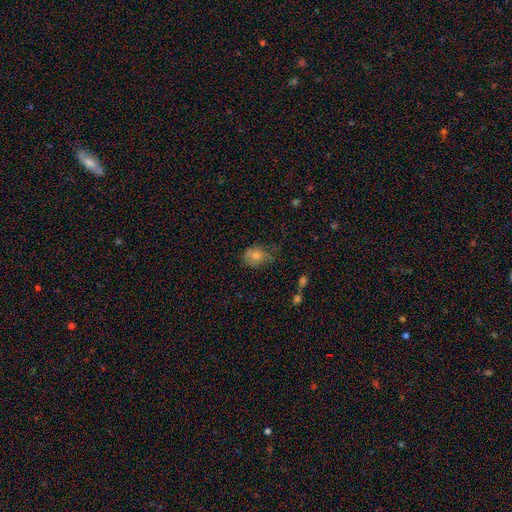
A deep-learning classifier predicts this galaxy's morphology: smooth_or_featured: smooth (p=0.77) [alt: featured or disk p=0.13]
how_rounded: in between (p=0.58) [alt: round p=0.41]
merging: none (p=0.50) [alt: minor disturbance p=0.33]